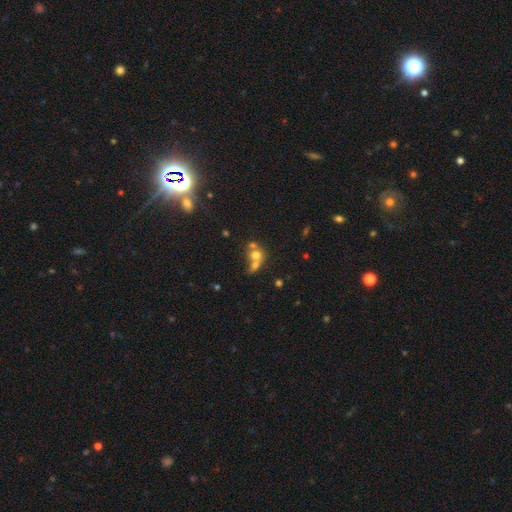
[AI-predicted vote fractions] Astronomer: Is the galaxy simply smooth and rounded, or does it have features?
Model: smooth — 63%.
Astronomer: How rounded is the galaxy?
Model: round — 70%.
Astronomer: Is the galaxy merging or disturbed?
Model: merger — 62%.